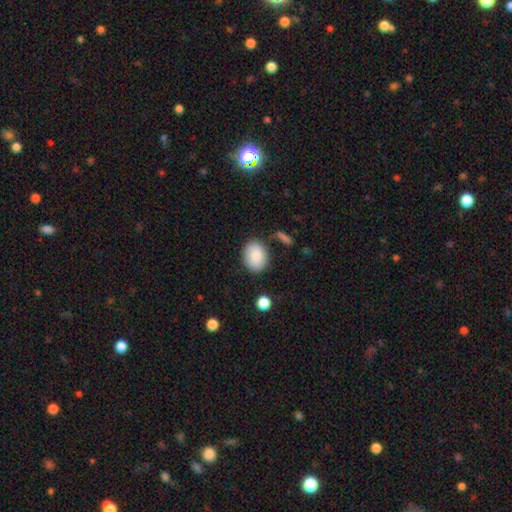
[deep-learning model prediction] A smooth galaxy with no disk features (86%) that is in between round and cigar-shaped (66%).

Vote fractions:
- Smooth or featured? smooth: 86% / featured or disk: 7% / star or artifact: 7%
- How rounded? in between: 66% / round: 33% / cigar-shaped: 1%
- Merging? none: 78% / minor disturbance: 14% / major disturbance: 4% / merger: 4%